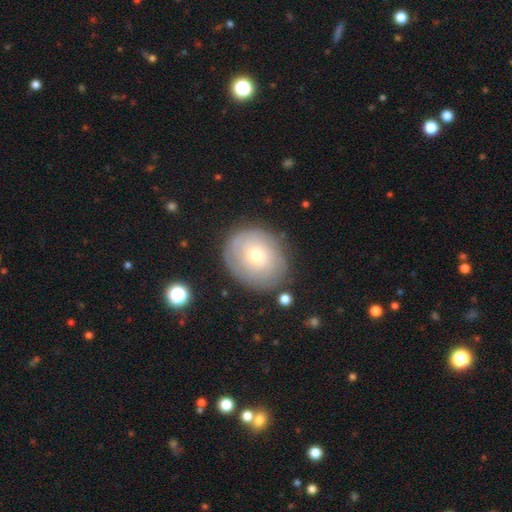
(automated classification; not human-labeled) featured or disk 53%, smooth 38%, star or artifact 8%. Down the decision tree: edge-on disk — no (96%); bar — no (85%); spiral arms — yes (72%); bulge size — moderate (52%); merging — none (79%).